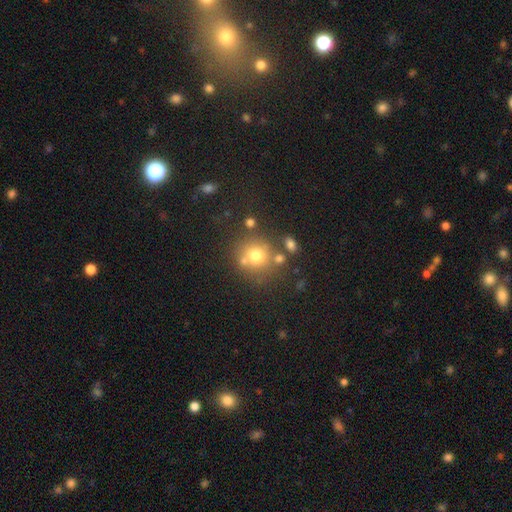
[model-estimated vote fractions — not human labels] The model was most divided on "merging": none: 67%, merger: 16%, minor disturbance: 12%, major disturbance: 5%. More confident: how rounded — round (87%); smooth or featured — smooth (70%).